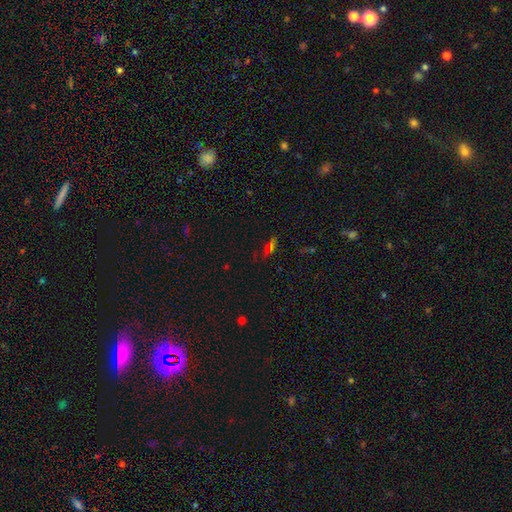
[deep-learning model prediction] The model was most divided on "smooth or featured": star or artifact: 51%, smooth: 36%, featured or disk: 14%.